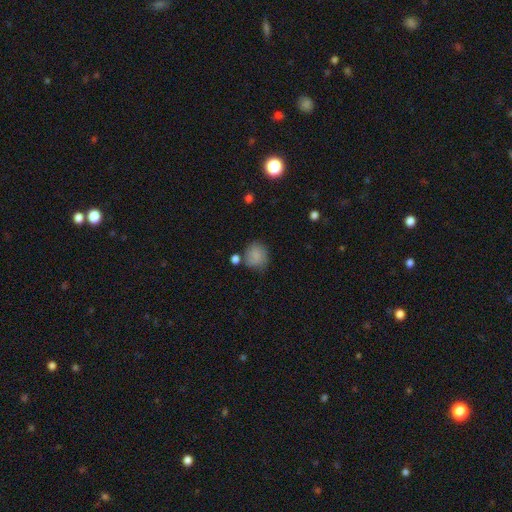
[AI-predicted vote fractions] This appears to be a smooth galaxy with no disk features (83%) that is round (76%). Merging: none (63%).